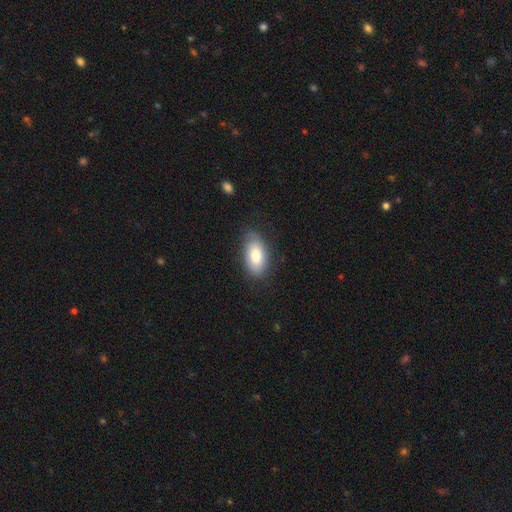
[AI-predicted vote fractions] Smooth or featured? Predicted: smooth (p=0.82). How rounded? Predicted: in between (p=0.93). Merging? Predicted: none (p=0.77).